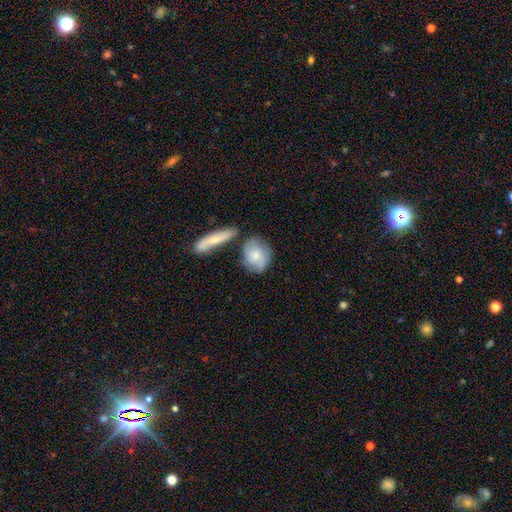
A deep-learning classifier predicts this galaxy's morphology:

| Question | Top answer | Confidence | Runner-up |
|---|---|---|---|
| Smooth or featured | smooth | 51% | featured or disk (43%) |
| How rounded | in between | 49% | round (47%) |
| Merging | none | 61% | minor disturbance (18%) |